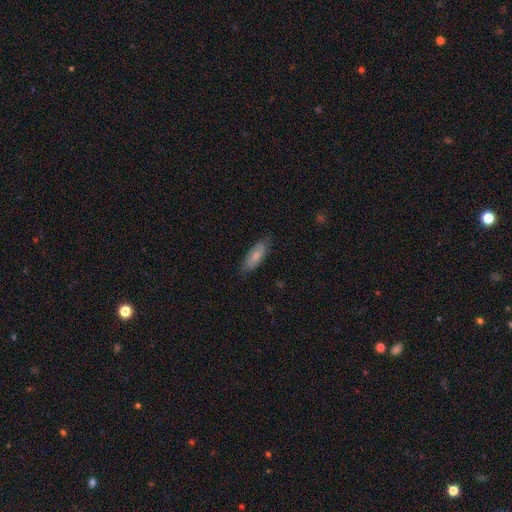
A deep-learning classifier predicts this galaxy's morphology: Smooth or featured? smooth (70%)
How rounded? in between (74%)
Merging? none (77%)